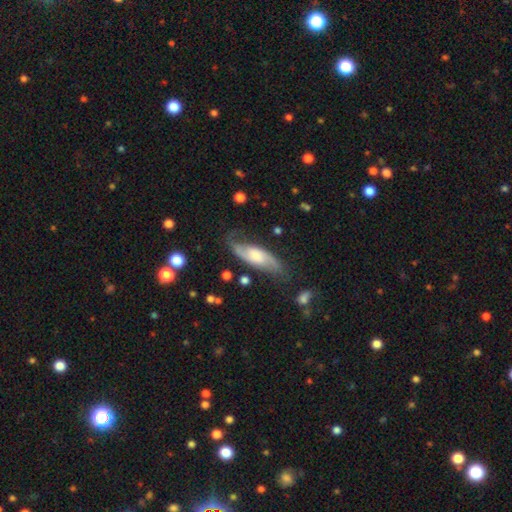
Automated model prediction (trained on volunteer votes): Smooth or featured? Predicted: featured or disk (p=0.70). Edge-on disk? Predicted: no (p=0.87). Bar? Predicted: no (p=0.50). Spiral arms? Predicted: yes (p=0.93). Spiral winding? Predicted: loose (p=0.43). Spiral arm count? Predicted: 2 (p=0.86). Bulge size? Predicted: moderate (p=0.37). Merging? Predicted: none (p=0.67).